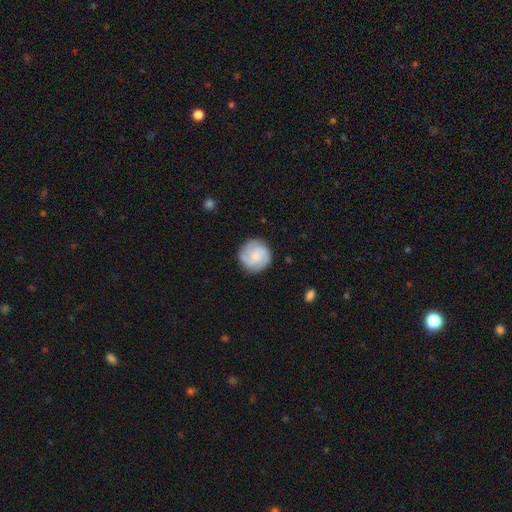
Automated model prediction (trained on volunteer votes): Overall: featured or disk (61%; smooth 32%). Edge-on disk: no (98%). Bar: no (67%; weak 29%). Spiral arms: yes (94%). Spiral arm count: 3 (47%; can't tell 16%). Spiral winding: tight (49%; medium 39%). Bulge size: small (48%; moderate 32%). Merging: none (84%).